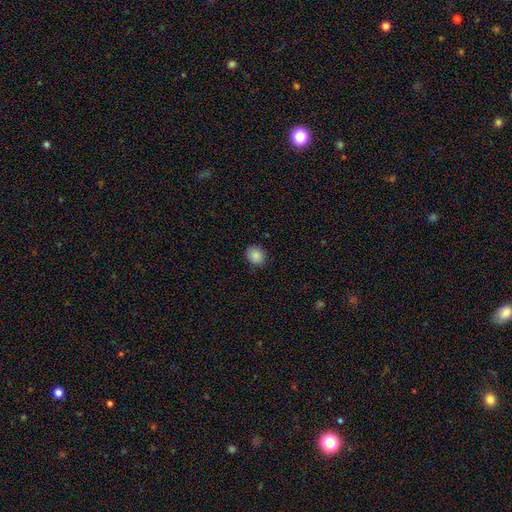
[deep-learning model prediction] Q: Smooth or featured?
A: smooth (87%); runner-up: star or artifact (9%)
Q: How rounded?
A: round (69%); runner-up: in between (31%)
Q: Merging?
A: none (88%); runner-up: minor disturbance (9%)